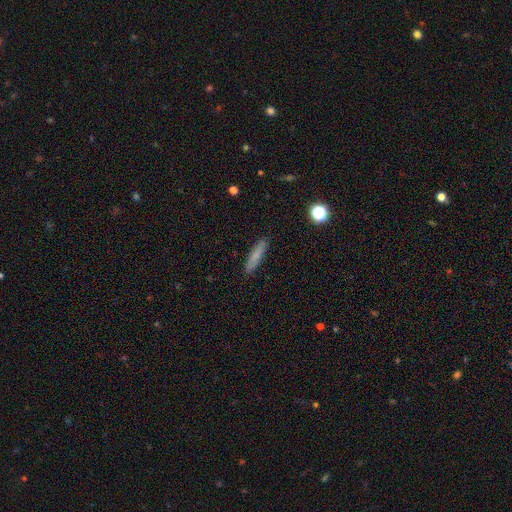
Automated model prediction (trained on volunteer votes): smooth 78%, featured or disk 14%, star or artifact 8%. Down the decision tree: how rounded — cigar-shaped (86%); merging — none (90%).